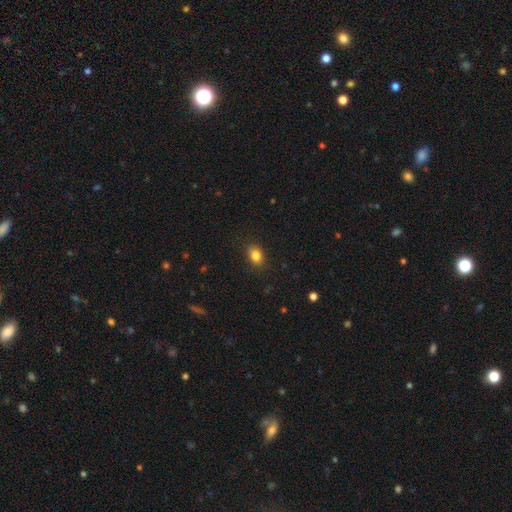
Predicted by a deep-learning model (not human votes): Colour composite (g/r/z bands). It shows a smooth galaxy with no disk features (84%) that is in between round and cigar-shaped (72%). Merging: none (87%).